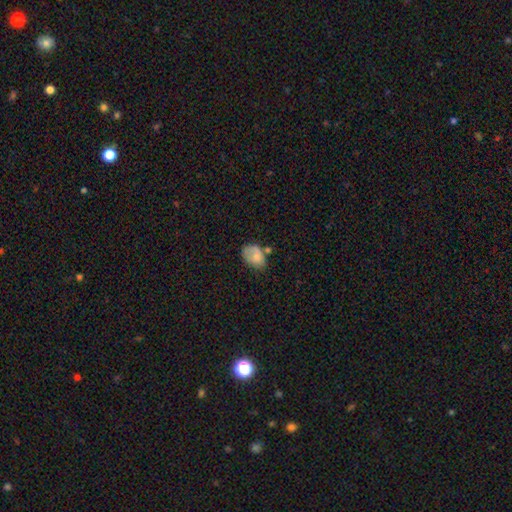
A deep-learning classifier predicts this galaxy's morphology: Smooth or featured? smooth (73%)
How rounded? in between (78%)
Merging? none (43%)